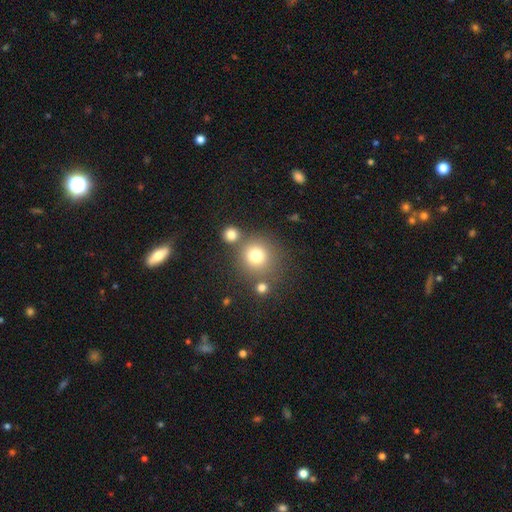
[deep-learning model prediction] Q: Smooth or featured?
A: smooth (77%); runner-up: star or artifact (14%)
Q: How rounded?
A: round (91%); runner-up: in between (8%)
Q: Merging?
A: none (68%); runner-up: merger (17%)